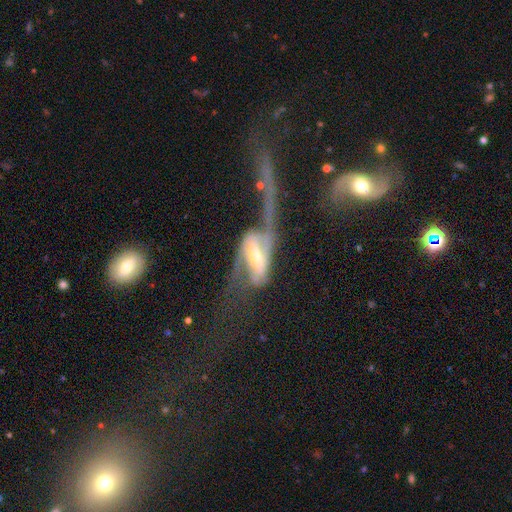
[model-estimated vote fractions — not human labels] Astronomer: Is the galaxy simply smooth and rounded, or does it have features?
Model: featured or disk — 79%.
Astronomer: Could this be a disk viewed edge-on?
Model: no — 87%.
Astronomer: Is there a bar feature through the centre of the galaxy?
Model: strong — 39% (runner-up: weak, 36%).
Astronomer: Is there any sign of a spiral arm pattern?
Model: yes — 80%.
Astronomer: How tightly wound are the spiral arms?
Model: loose — 73%.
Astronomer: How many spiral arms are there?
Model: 2 — 80%.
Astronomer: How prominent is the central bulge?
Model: moderate — 48% (runner-up: small, 45%).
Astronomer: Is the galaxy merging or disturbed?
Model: major disturbance — 52%.